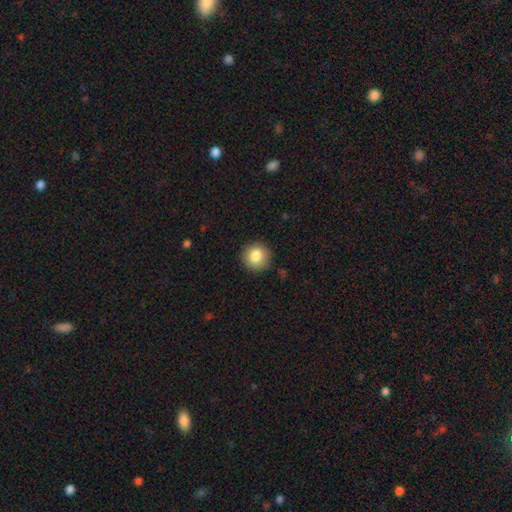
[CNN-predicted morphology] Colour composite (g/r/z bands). It shows a smooth galaxy with no disk features (84%) that is round (92%). Merging: none (89%).